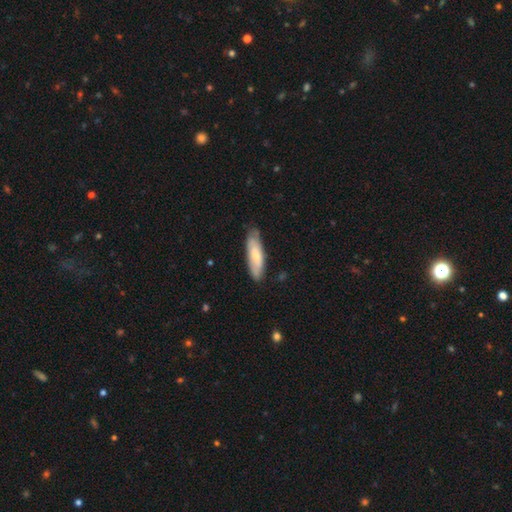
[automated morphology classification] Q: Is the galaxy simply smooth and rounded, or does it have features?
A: smooth — 66%.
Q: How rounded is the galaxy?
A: cigar-shaped — 55%.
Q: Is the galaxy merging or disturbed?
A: none — 75%.